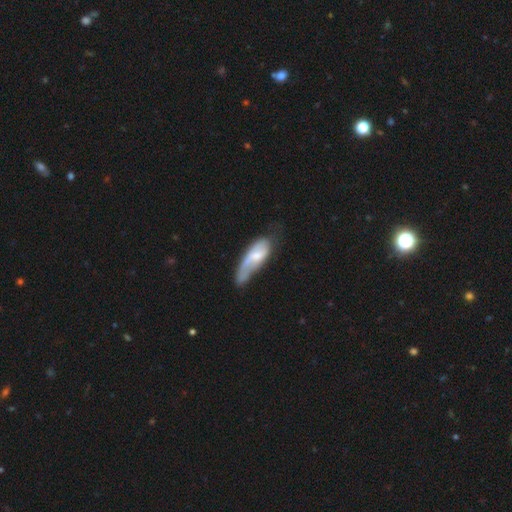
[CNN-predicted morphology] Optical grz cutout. It shows a smooth galaxy with no disk features (51%) that is in between round and cigar-shaped (69%). Merging: minor disturbance (34%).